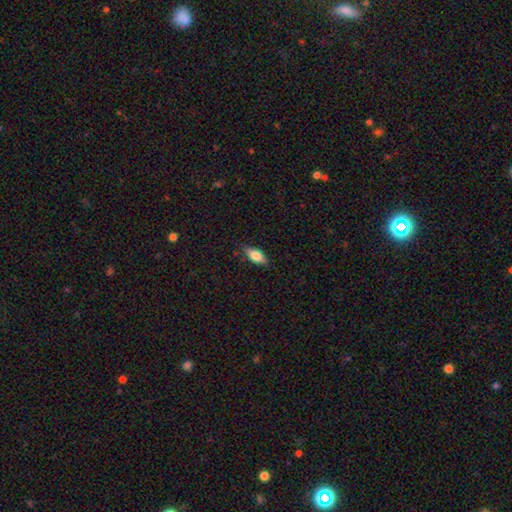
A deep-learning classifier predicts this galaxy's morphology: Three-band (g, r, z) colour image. It shows a smooth galaxy with no disk features (71%) that is in between round and cigar-shaped (82%). Merging: none (82%).